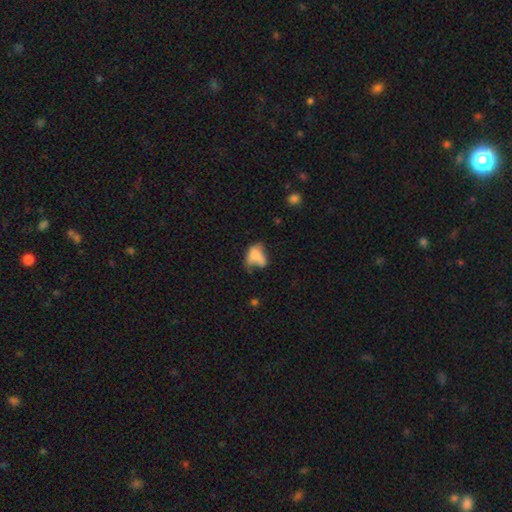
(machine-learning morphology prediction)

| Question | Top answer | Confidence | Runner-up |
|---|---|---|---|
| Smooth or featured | smooth | 64% | featured or disk (24%) |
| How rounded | in between | 82% | round (15%) |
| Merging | major disturbance | 33% | minor disturbance (25%) |